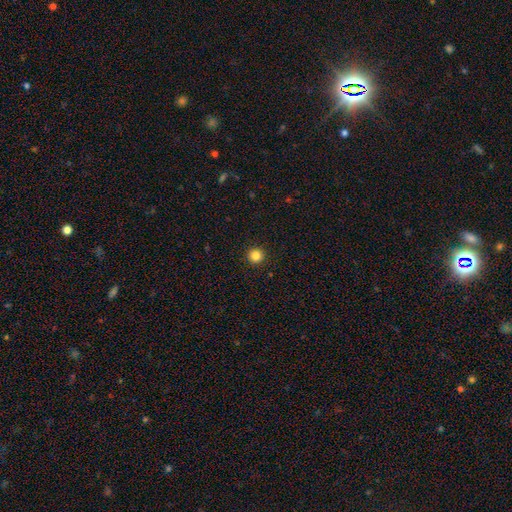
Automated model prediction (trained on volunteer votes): Smooth or featured: smooth — 84% (star or artifact — 12%)
How rounded: round — 96% (in between — 3%)
Merging: none — 93% (minor disturbance — 4%)